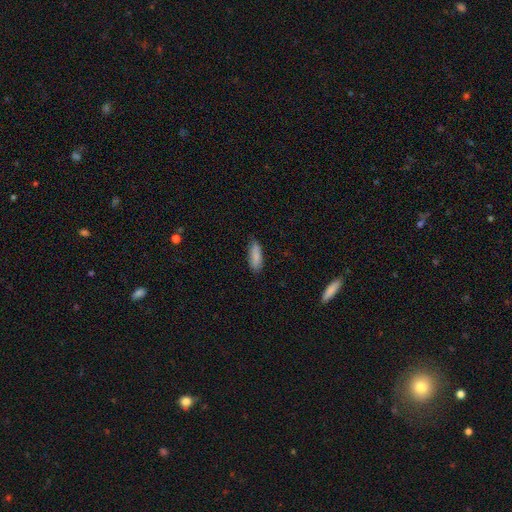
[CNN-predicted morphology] Smooth or featured: smooth — 86% (featured or disk — 8%)
How rounded: in between — 60% (cigar-shaped — 38%)
Merging: none — 77% (minor disturbance — 18%)